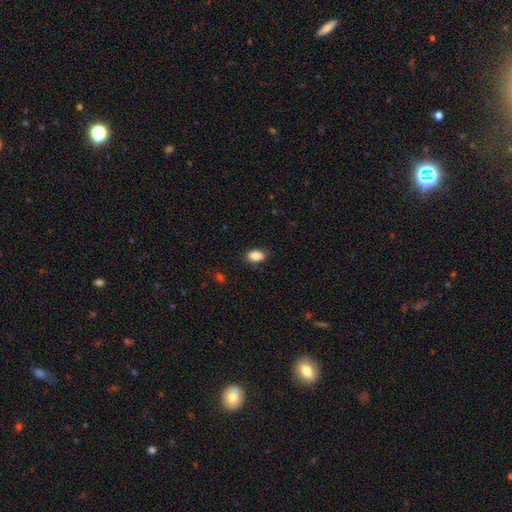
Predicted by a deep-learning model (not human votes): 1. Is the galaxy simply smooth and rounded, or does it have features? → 88% smooth, 8% star or artifact, 4% featured or disk.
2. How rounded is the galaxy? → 87% in between, 12% round, 2% cigar-shaped.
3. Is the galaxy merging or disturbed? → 83% none, 13% minor disturbance, 3% major disturbance, 1% merger.